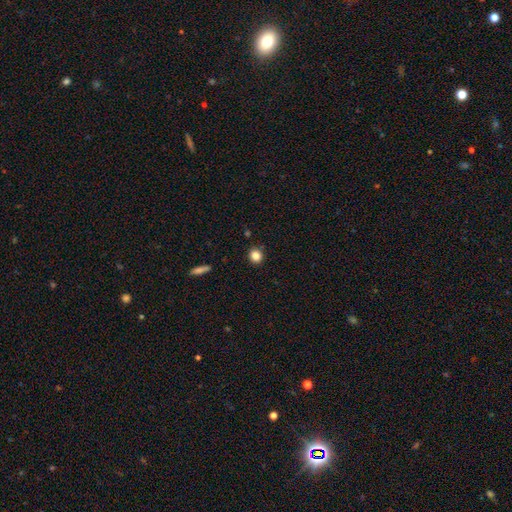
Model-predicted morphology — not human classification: Q: Smooth or featured?
A: smooth (85%); runner-up: star or artifact (11%)
Q: How rounded?
A: round (86%); runner-up: in between (13%)
Q: Merging?
A: none (89%); runner-up: minor disturbance (7%)